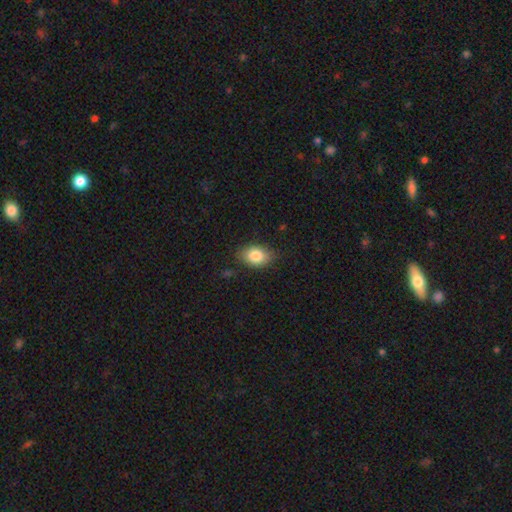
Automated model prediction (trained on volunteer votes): smooth 82%, featured or disk 10%, star or artifact 8%. Down the decision tree: how rounded — in between (80%); merging — none (80%).